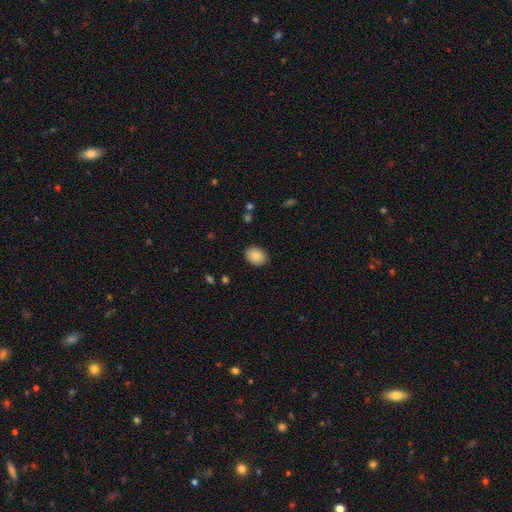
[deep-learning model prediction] A smooth galaxy with no disk features (86%) that is in between round and cigar-shaped (71%). Merging: none (89%).